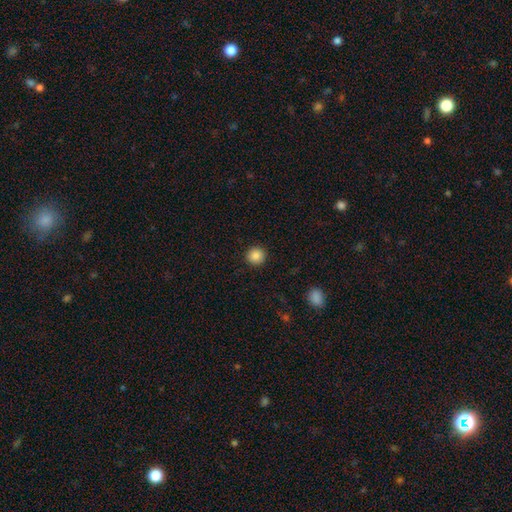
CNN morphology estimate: smooth 86%, star or artifact 10%, featured or disk 4%. Down the decision tree: how rounded — round (94%); merging — none (93%).